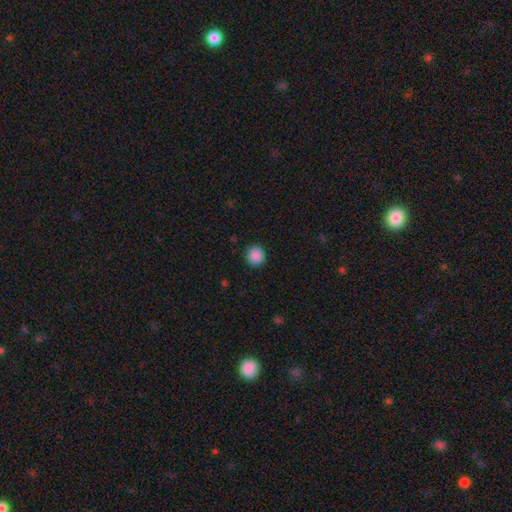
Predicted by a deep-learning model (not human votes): Morphology: type=smooth (89%); roundness=round (90%); merging=none (91%).